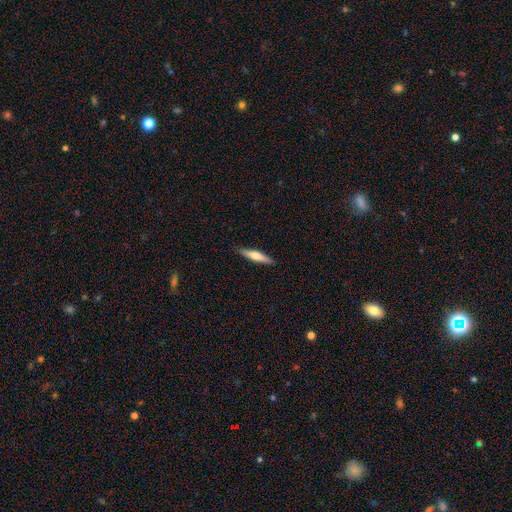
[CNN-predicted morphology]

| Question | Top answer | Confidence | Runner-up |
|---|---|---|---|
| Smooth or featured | smooth | 57% | featured or disk (37%) |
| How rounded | cigar-shaped | 85% | in between (14%) |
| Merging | none | 90% | minor disturbance (8%) |